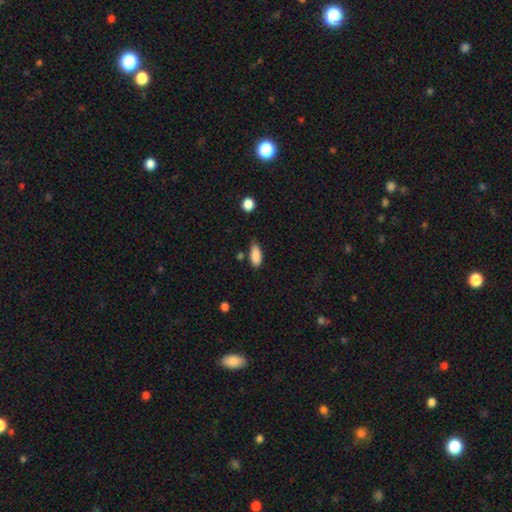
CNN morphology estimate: This is clearly a smooth galaxy (87%). How rounded: clearly in between (82%). Merging: likely none (64%).